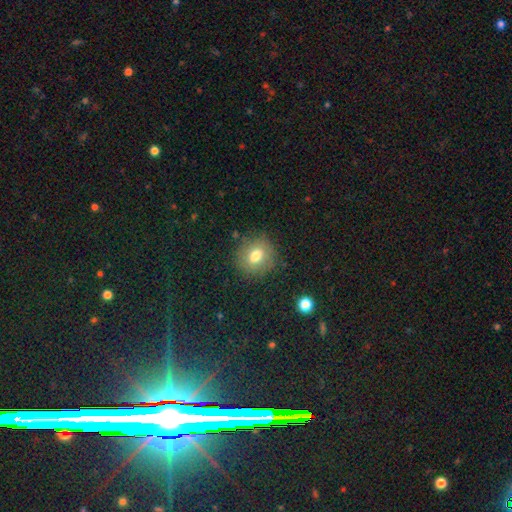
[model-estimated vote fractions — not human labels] Morphology: type=smooth (74%); roundness=round (80%); merging=none (84%).